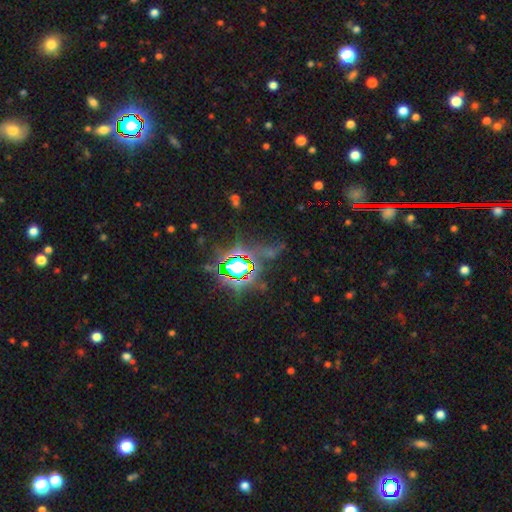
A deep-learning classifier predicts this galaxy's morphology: This appears to be a star or artifact, not a galaxy (81%).